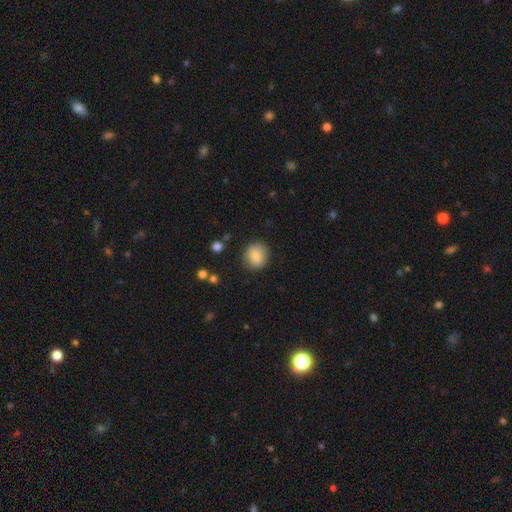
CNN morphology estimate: type=smooth (84%); roundness=round (78%); merging=none (84%).